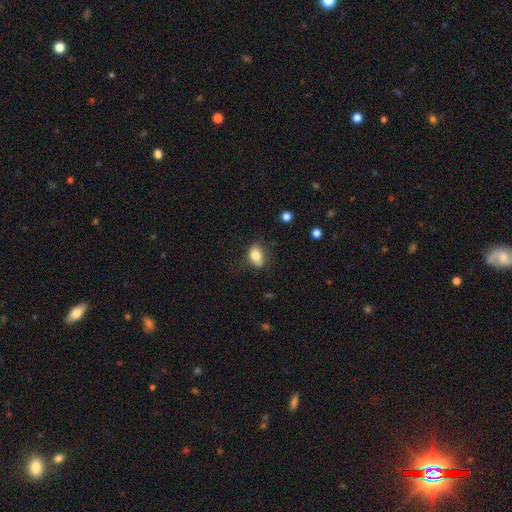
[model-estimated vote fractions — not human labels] The model was most divided on "merging": none: 61%, minor disturbance: 27%, major disturbance: 9%, merger: 3%. More confident: smooth or featured — smooth (81%); how rounded — in between (81%).